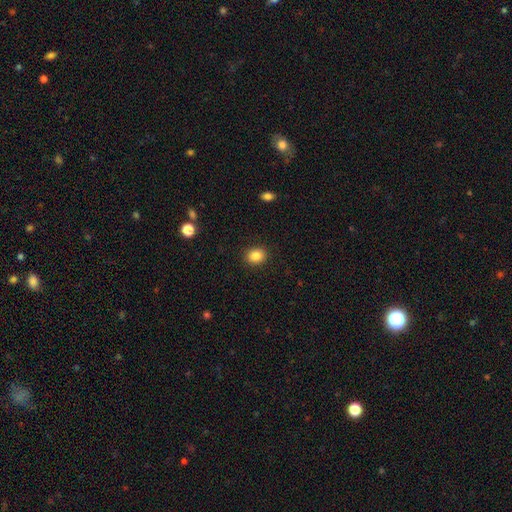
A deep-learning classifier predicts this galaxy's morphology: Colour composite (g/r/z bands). It shows a smooth galaxy with no disk features (86%) that is round (52%). Merging: none (90%).